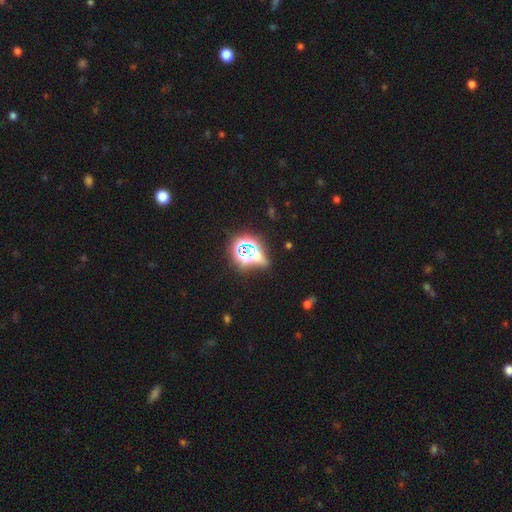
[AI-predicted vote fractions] This is likely a star or artifact rather than a galaxy (63%).